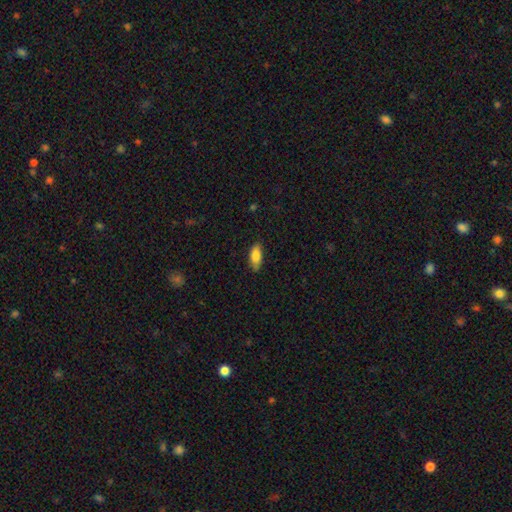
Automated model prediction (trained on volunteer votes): Morphology: type=smooth (83%); roundness=in between (83%); merging=none (80%).